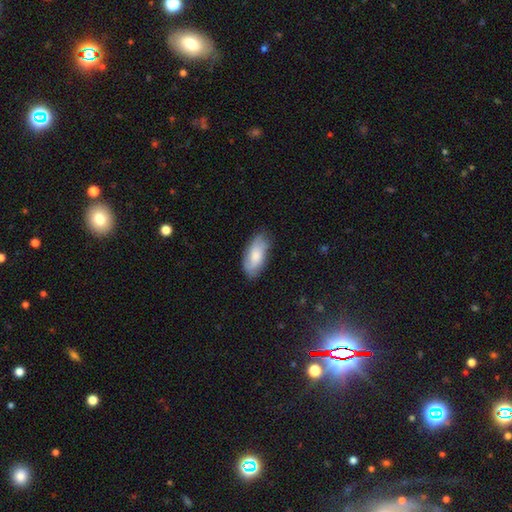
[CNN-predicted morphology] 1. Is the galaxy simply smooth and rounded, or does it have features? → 70% smooth, 24% featured or disk, 6% star or artifact.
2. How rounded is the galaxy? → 88% in between, 9% cigar-shaped, 3% round.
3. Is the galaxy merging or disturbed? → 73% none, 22% minor disturbance, 5% major disturbance, 1% merger.